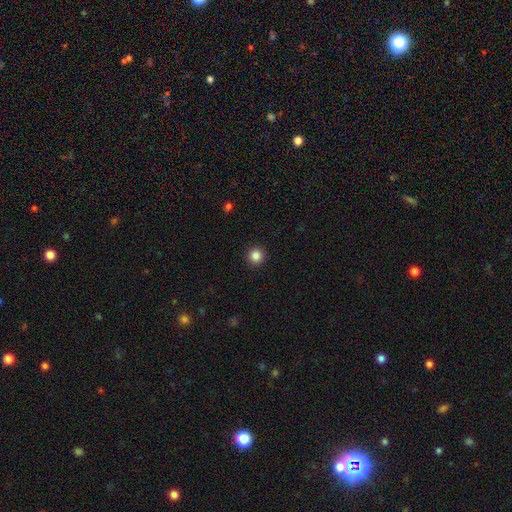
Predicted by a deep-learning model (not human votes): smooth-or-featured: smooth: 85% | star or artifact: 11% | featured or disk: 4%
  how-rounded: round: 96% | in between: 3% | cigar-shaped: 1%
  merging: none: 93% | minor disturbance: 4% | major disturbance: 2% | merger: 1%